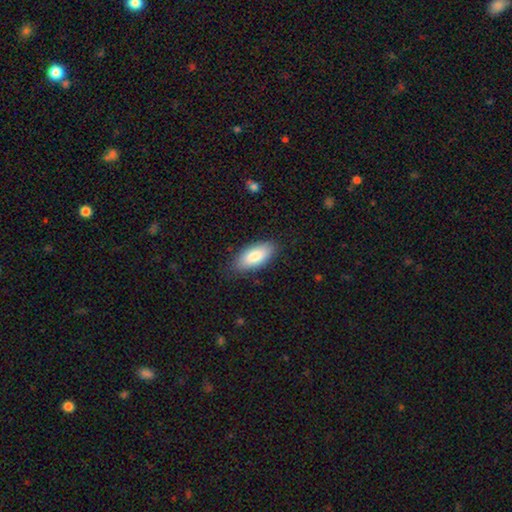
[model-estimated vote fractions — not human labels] This appears to be a smooth galaxy with no disk features (83%) that is in between round and cigar-shaped (89%). Merging: none (84%).